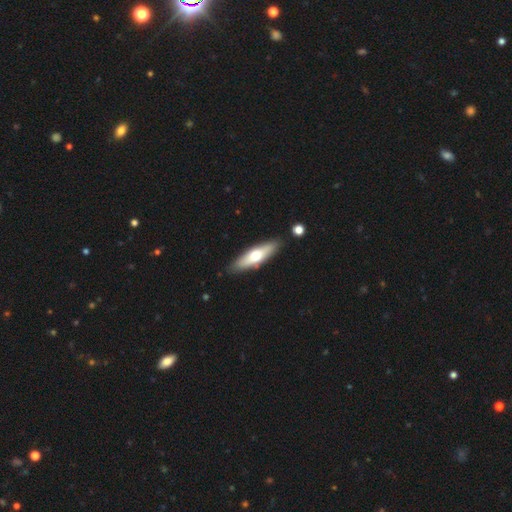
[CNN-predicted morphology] The model was most divided on "smooth or featured": smooth: 56%, featured or disk: 39%, star or artifact: 5%. More confident: merging — none (85%); how rounded — cigar-shaped (64%).